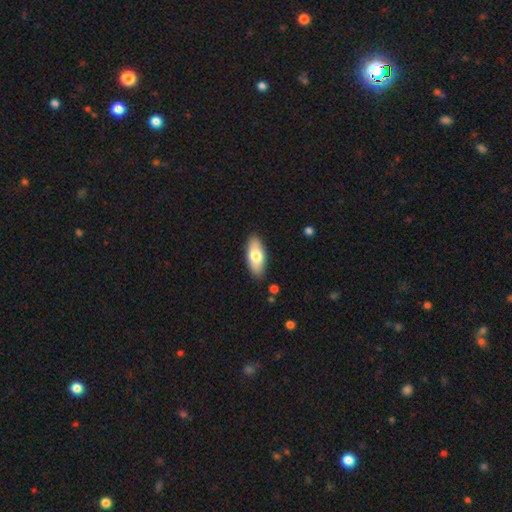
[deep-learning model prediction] Smooth or featured: smooth — 71% (featured or disk — 23%)
How rounded: in between — 83% (cigar-shaped — 14%)
Merging: none — 88% (minor disturbance — 9%)